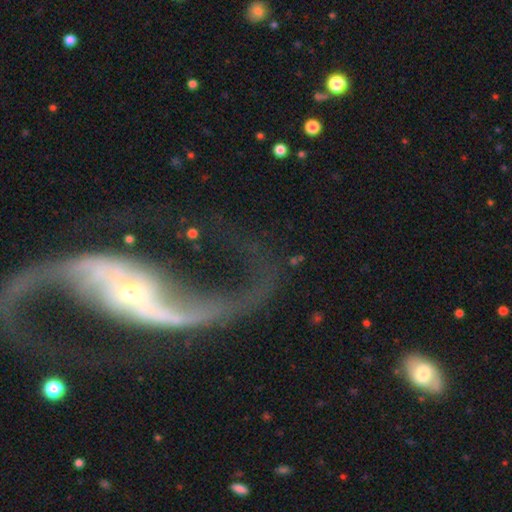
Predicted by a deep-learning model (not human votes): Smooth or featured: featured or disk — 90% (star or artifact — 5%)
Edge-on disk: no — 95% (yes — 5%)
Bar: no — 42% (strong — 30%)
Spiral arms: yes — 96% (no — 4%)
Spiral winding: loose — 82% (medium — 14%)
Spiral arm count: 2 — 91% (1 — 4%)
Bulge size: small — 75% (moderate — 19%)
Merging: none — 60% (major disturbance — 22%)